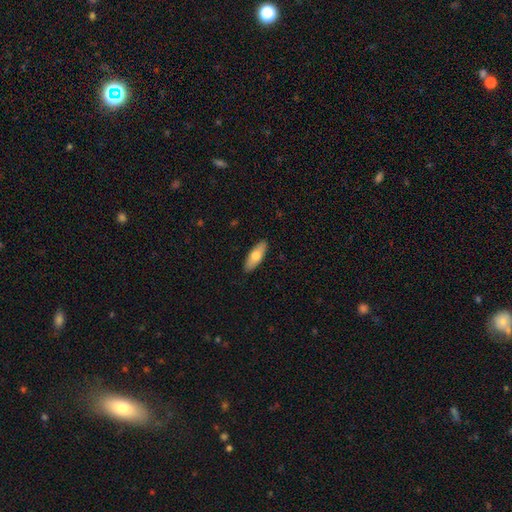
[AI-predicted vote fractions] This is likely a smooth galaxy (69%). How rounded: likely in between (65%). Merging: clearly none (89%).